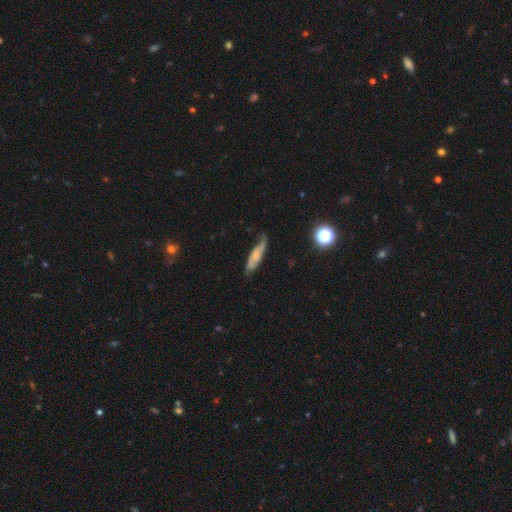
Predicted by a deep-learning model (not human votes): Morphology: type=featured or disk (49%); merging=none (59%).